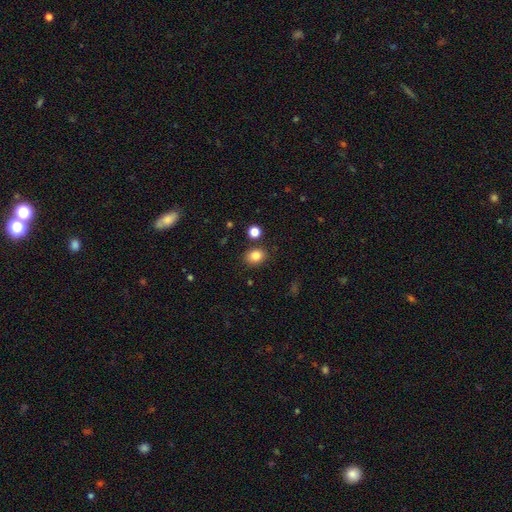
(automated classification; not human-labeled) A smooth galaxy with no disk features (83%) that is round (57%). Merging: none (82%).